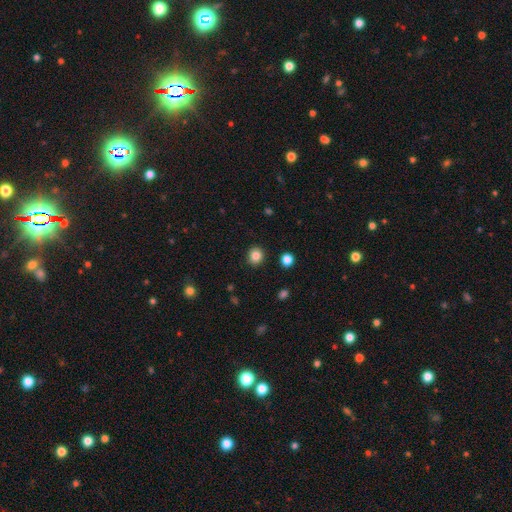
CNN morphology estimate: smooth-or-featured: smooth: 84% | star or artifact: 11% | featured or disk: 5%
  how-rounded: round: 84% | in between: 15% | cigar-shaped: 1%
  merging: none: 91% | minor disturbance: 6% | major disturbance: 2% | merger: 1%